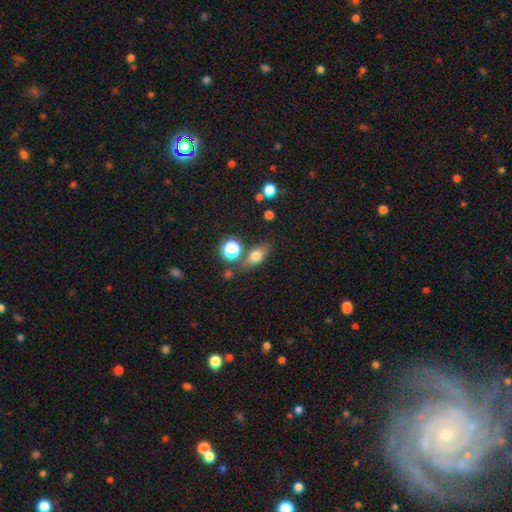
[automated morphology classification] Smooth or featured? smooth (67%)
How rounded? in between (65%)
Merging? none (72%)